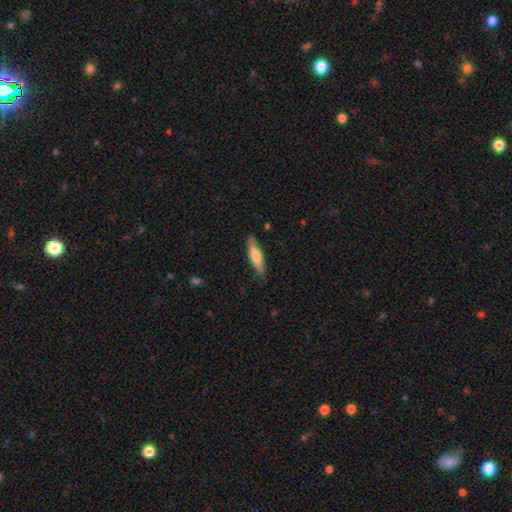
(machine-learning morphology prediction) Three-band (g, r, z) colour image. It shows a smooth galaxy with no disk features (63%) that is cigar-shaped (72%). Merging: none (84%).